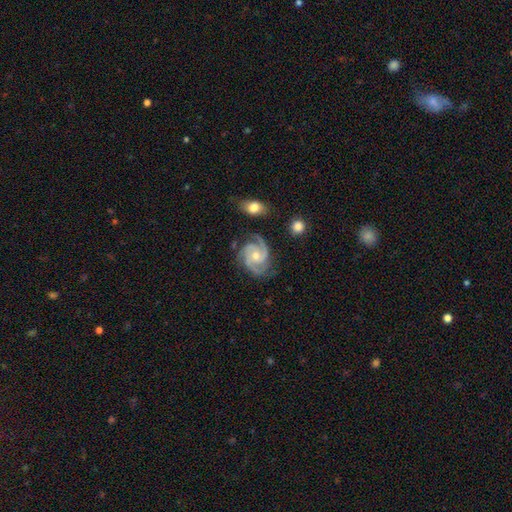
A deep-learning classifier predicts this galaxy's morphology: This is clearly a featured or disk galaxy (90%). It is clearly not viewed edge-on (98%). Bar: likely no (67%). Spiral arm pattern: clearly yes (98%). Spiral arm count: possibly 3 (51%). Spiral winding: possibly tight (47%). Central bulge: possibly moderate (56%). Merging: likely none (72%).